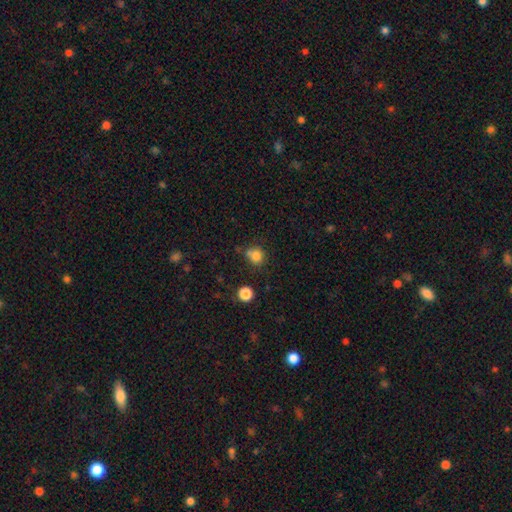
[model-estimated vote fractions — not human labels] The model was most divided on "merging": none: 61%, merger: 18%, minor disturbance: 16%, major disturbance: 5%. More confident: how rounded — round (80%); smooth or featured — smooth (80%).